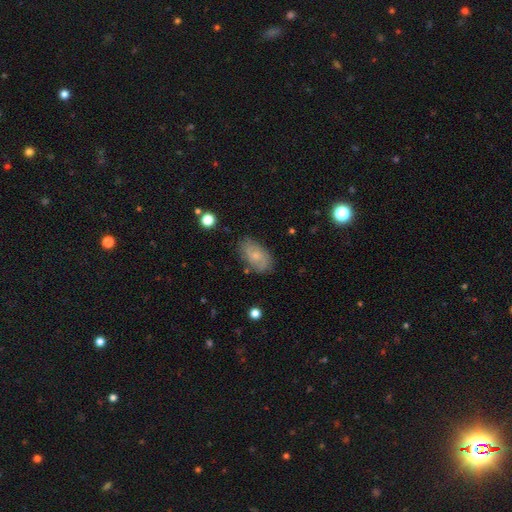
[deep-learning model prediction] Smooth or featured? smooth (56%)
How rounded? in between (92%)
Merging? none (76%)